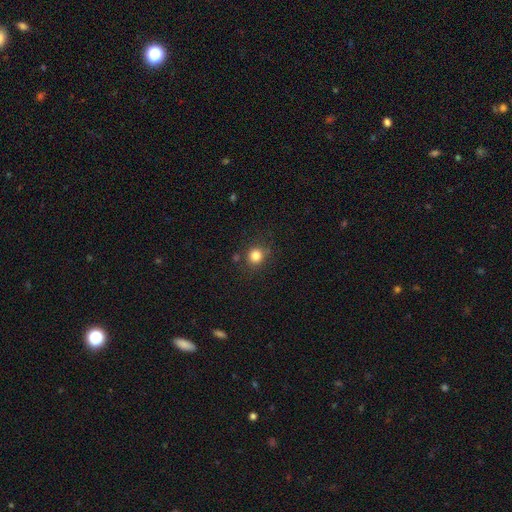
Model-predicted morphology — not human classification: Smooth or featured? smooth (82%)
How rounded? round (87%)
Merging? none (82%)